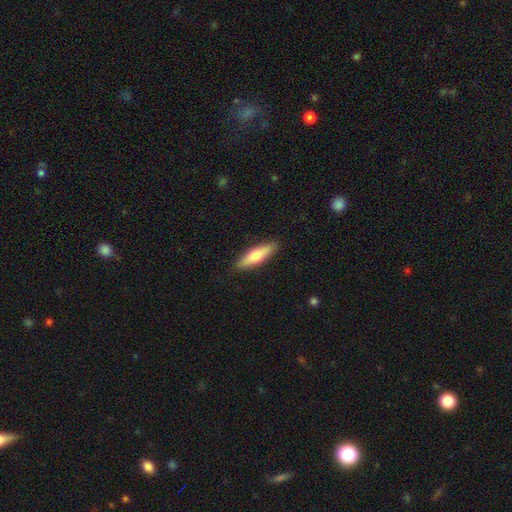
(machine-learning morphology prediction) Smooth or featured? Predicted: smooth (p=0.62). How rounded? Predicted: cigar-shaped (p=0.62). Merging? Predicted: none (p=0.89).